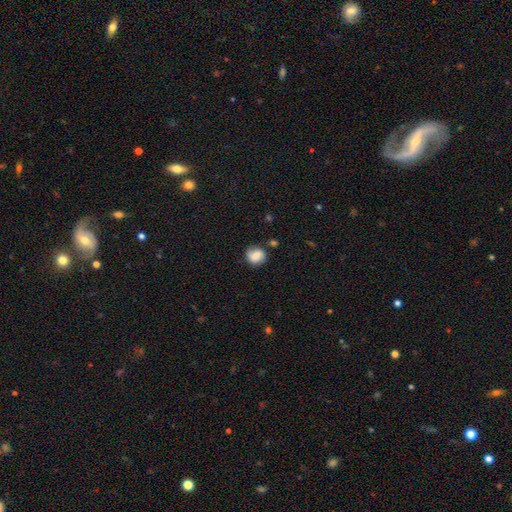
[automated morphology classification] Smooth or featured? Predicted: smooth (p=0.65). How rounded? Predicted: round (p=0.78). Merging? Predicted: none (p=0.72).